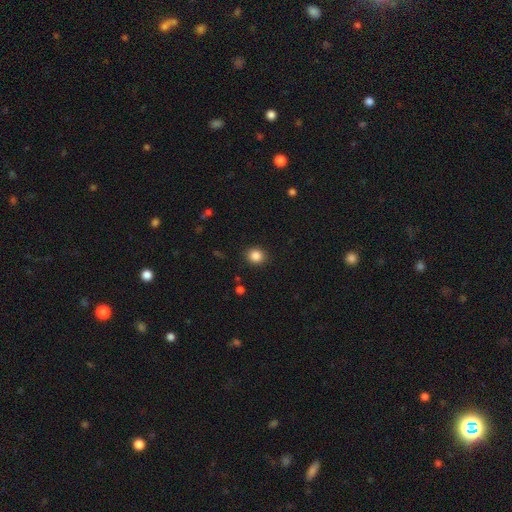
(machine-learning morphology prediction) type=smooth (86%); roundness=round (82%); merging=none (90%).